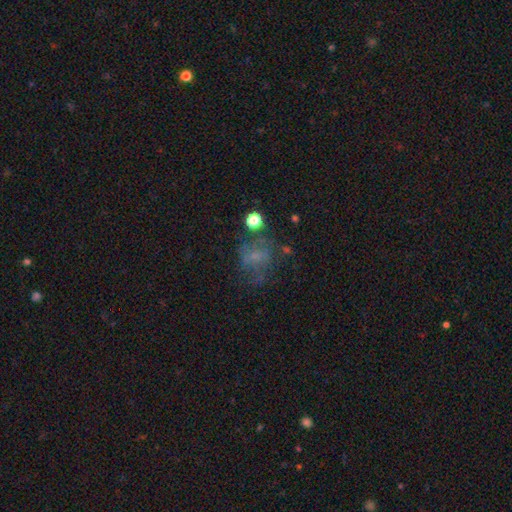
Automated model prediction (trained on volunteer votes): Smooth or featured? Predicted: smooth (p=0.41). Merging? Predicted: none (p=0.48).